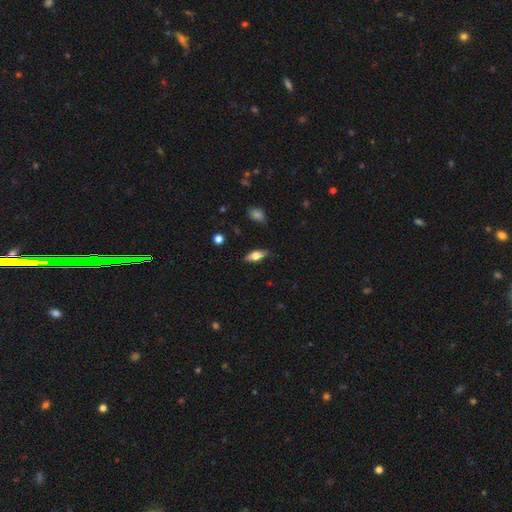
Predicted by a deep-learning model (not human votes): Smooth or featured? Predicted: smooth (p=0.57). How rounded? Predicted: in between (p=0.72). Merging? Predicted: none (p=0.82).